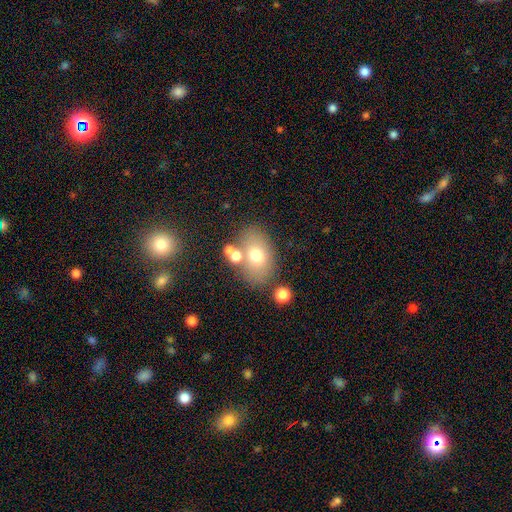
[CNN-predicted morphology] A smooth galaxy with no disk features (67%) that is in between round and cigar-shaped (78%). Merging: none (66%).